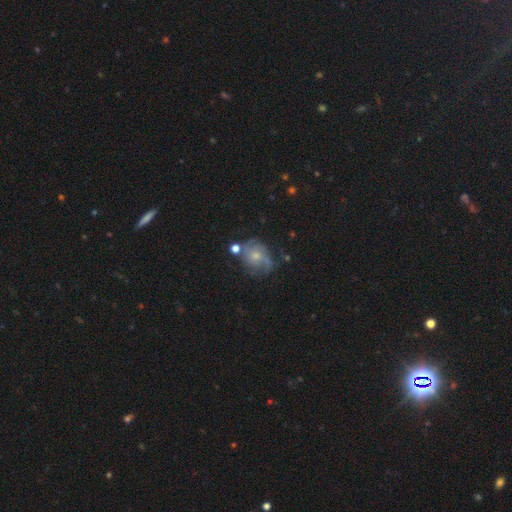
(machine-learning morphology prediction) type=featured or disk (65%); edge-on=no (98%); bar=no (78%); spiral arms=yes (84%); winding=medium (41%); arm count=can't tell (35%); bulge=small (53%); merging=none (52%).